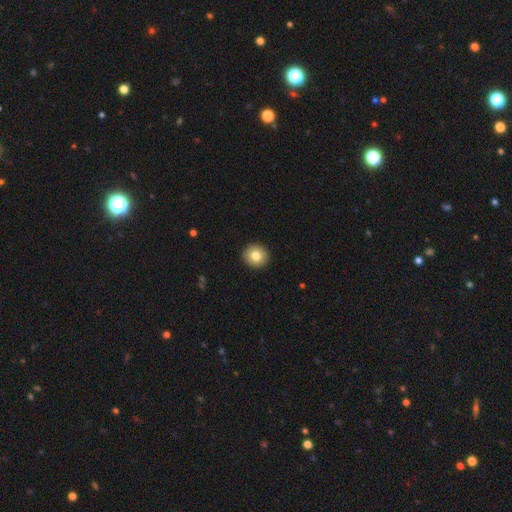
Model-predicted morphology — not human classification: type=smooth (80%); roundness=round (90%); merging=none (93%).